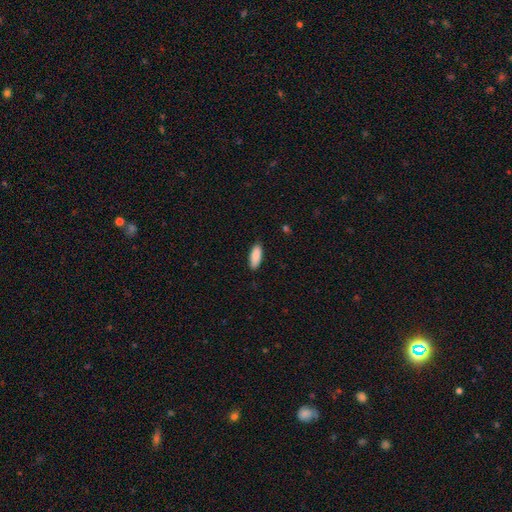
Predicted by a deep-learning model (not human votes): Q: Smooth or featured?
A: smooth (90%); runner-up: star or artifact (6%)
Q: How rounded?
A: in between (76%); runner-up: cigar-shaped (23%)
Q: Merging?
A: none (87%); runner-up: minor disturbance (11%)